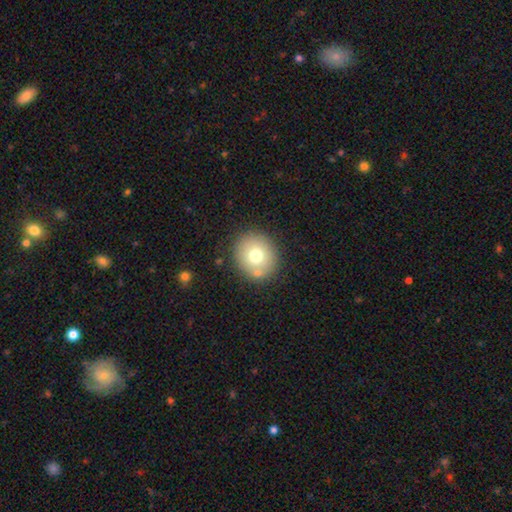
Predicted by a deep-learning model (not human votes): Smooth or featured: smooth — 72% (featured or disk — 16%)
How rounded: round — 83% (in between — 17%)
Merging: none — 81% (minor disturbance — 10%)